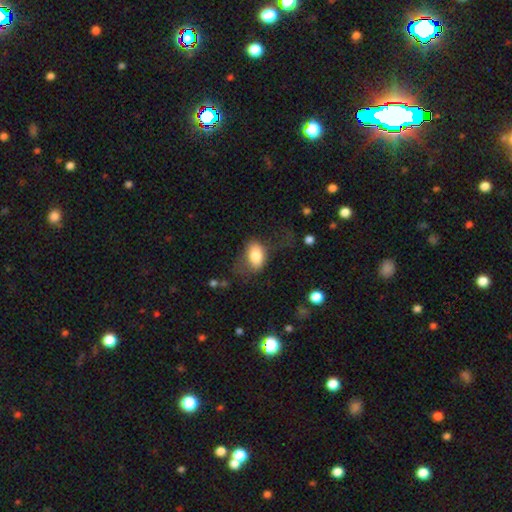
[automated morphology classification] A smooth galaxy with no disk features (79%) that is in between round and cigar-shaped (88%).

Vote fractions:
- Smooth or featured? smooth: 79% / featured or disk: 14% / star or artifact: 7%
- How rounded? in between: 88% / round: 11% / cigar-shaped: 2%
- Merging? none: 45% / major disturbance: 27% / minor disturbance: 26% / merger: 3%